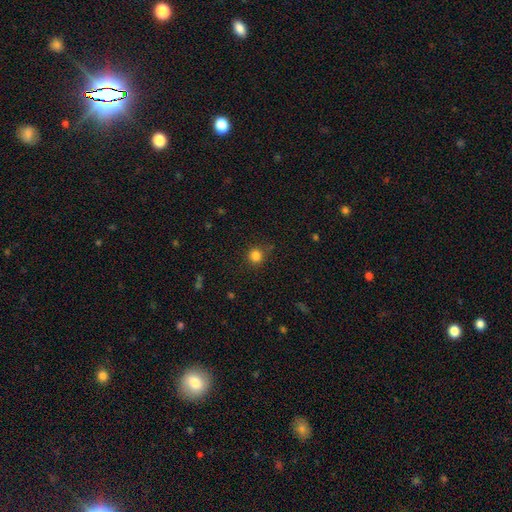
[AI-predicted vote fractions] Smooth or featured?
  - smooth: 83% *
  - star or artifact: 13%
  - featured or disk: 4%
How rounded?
  - round: 91% *
  - in between: 8%
  - cigar-shaped: 1%
Merging?
  - none: 84% *
  - minor disturbance: 11%
  - major disturbance: 3%
  - merger: 2%